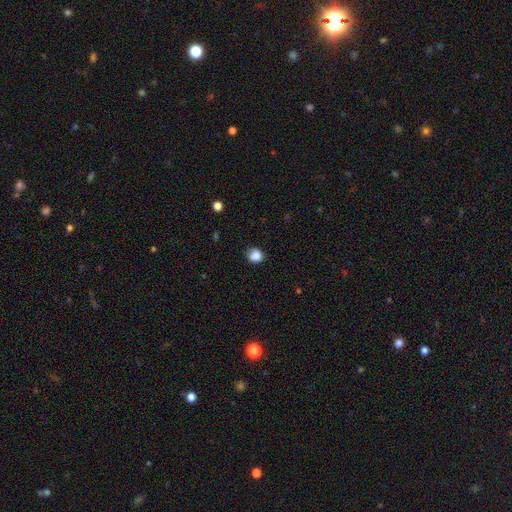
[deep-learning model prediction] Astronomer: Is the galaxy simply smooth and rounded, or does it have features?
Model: smooth — 87%.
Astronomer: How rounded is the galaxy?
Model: round — 84%.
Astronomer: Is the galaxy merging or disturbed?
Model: none — 81%.